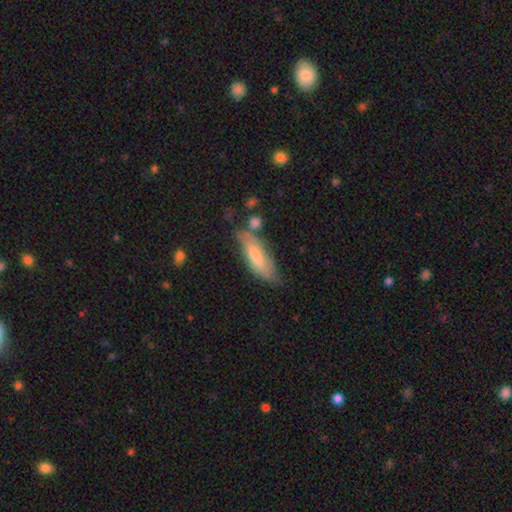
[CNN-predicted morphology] This appears to be a smooth galaxy with no disk features (63%) that is in between round and cigar-shaped (51%). Merging: none (61%).